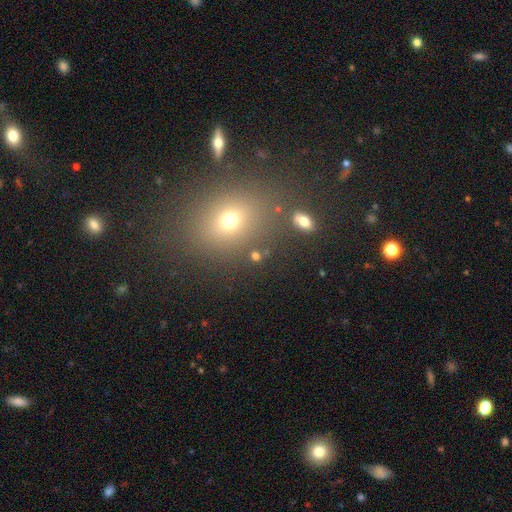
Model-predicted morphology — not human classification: Smooth or featured? smooth (60%)
How rounded? round (55%)
Merging? none (76%)